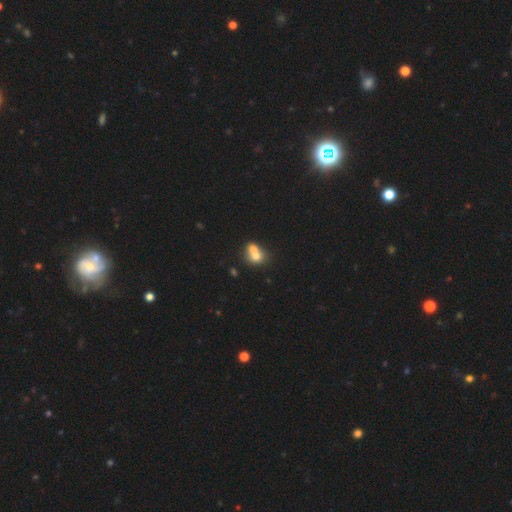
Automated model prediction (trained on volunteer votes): Smooth or featured: smooth — 68% (featured or disk — 21%)
How rounded: round — 52% (in between — 47%)
Merging: merger — 66% (none — 22%)